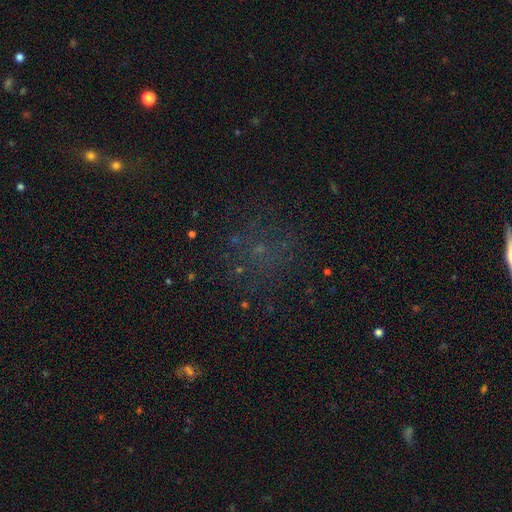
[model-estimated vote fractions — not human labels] This appears to be a star or artifact, not a galaxy (47%).